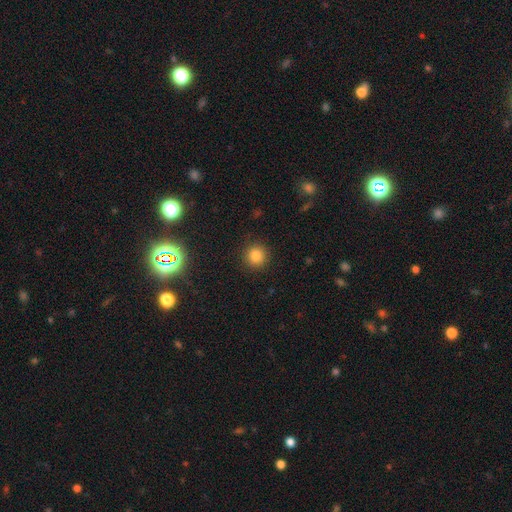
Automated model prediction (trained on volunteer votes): A smooth galaxy with no disk features (83%) that is round (93%). Merging: none (91%).